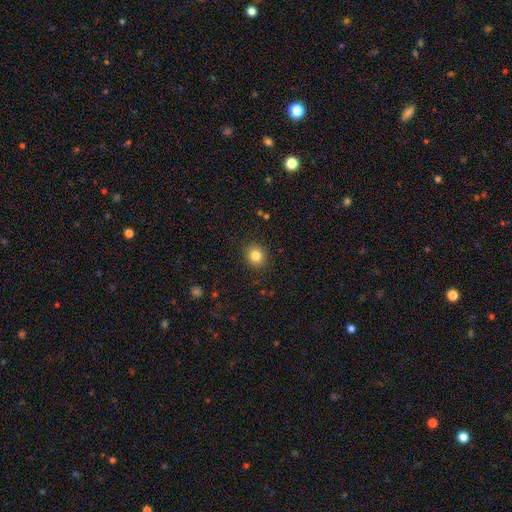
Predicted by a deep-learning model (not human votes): Q: Smooth or featured?
A: smooth (82%); runner-up: star or artifact (11%)
Q: How rounded?
A: round (79%); runner-up: in between (20%)
Q: Merging?
A: none (89%); runner-up: minor disturbance (7%)